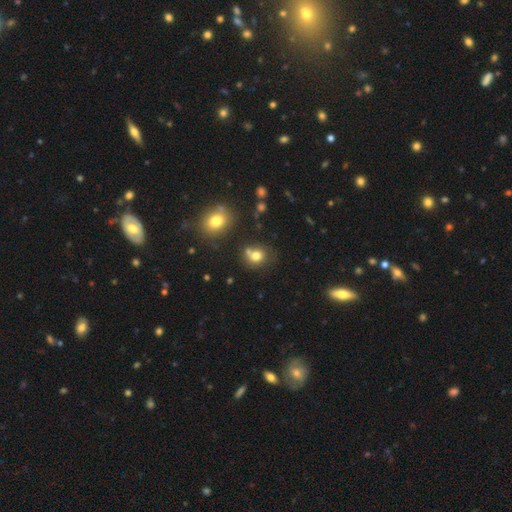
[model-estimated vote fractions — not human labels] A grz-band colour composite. It shows a smooth galaxy with no disk features (76%) that is round (74%). Merging: none (54%).